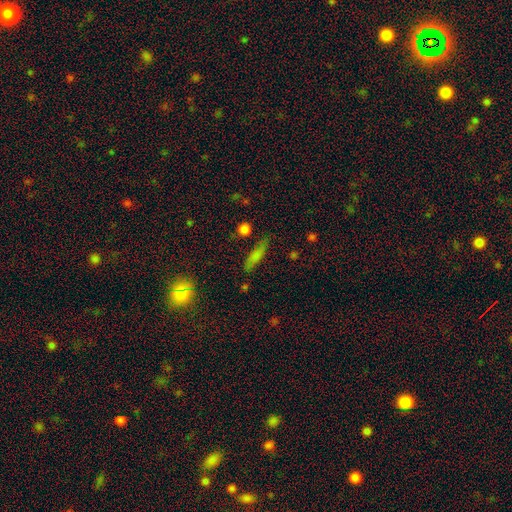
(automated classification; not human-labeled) This is likely a smooth galaxy (73%). How rounded: likely cigar-shaped (61%). Merging: likely none (76%).